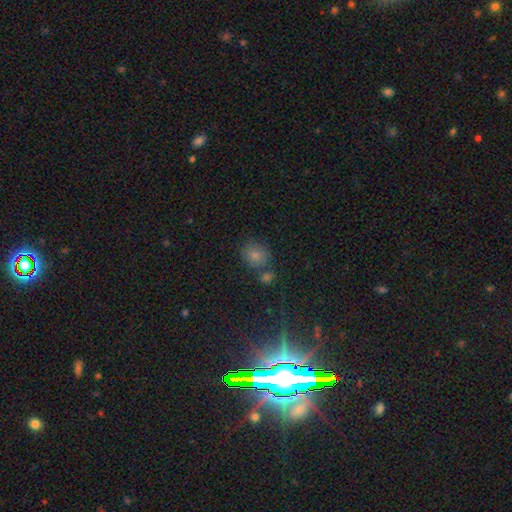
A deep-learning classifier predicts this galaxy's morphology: This appears to be a smooth galaxy with no disk features (74%) that is round (71%). Merging: none (67%).